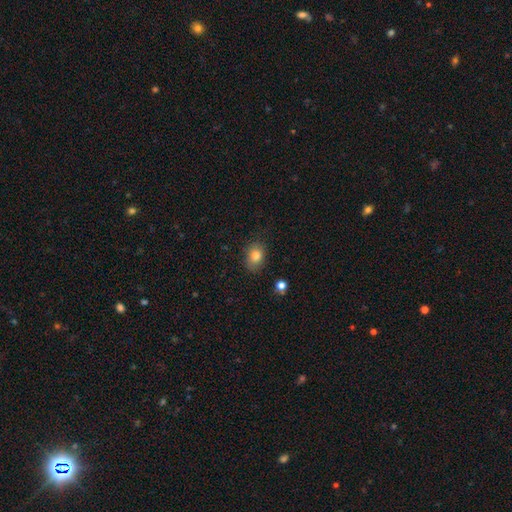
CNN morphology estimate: This is clearly a smooth galaxy (83%). How rounded: likely in between (68%). Merging: likely none (77%).